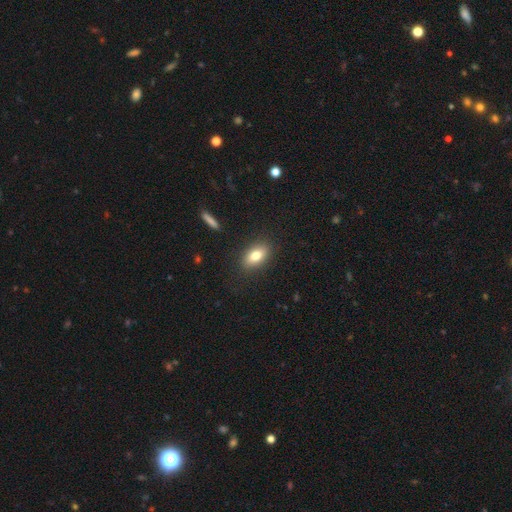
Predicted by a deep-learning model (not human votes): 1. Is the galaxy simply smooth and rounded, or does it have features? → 78% smooth, 13% featured or disk, 8% star or artifact.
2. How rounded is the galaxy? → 86% in between, 9% round, 5% cigar-shaped.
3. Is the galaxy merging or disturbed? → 87% none, 9% minor disturbance, 3% major disturbance, 1% merger.